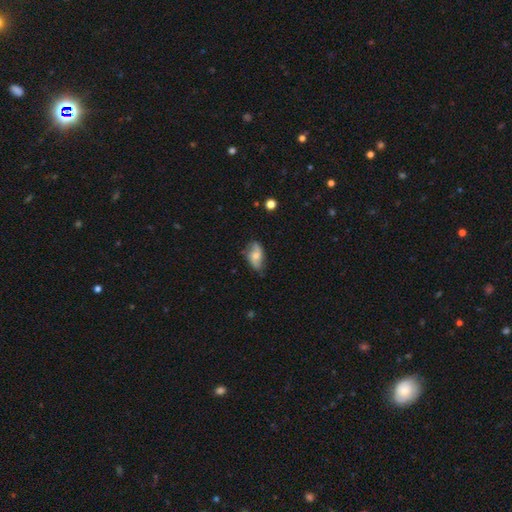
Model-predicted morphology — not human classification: This is possibly a smooth galaxy (51%). How rounded: clearly in between (89%). Merging: likely none (61%).